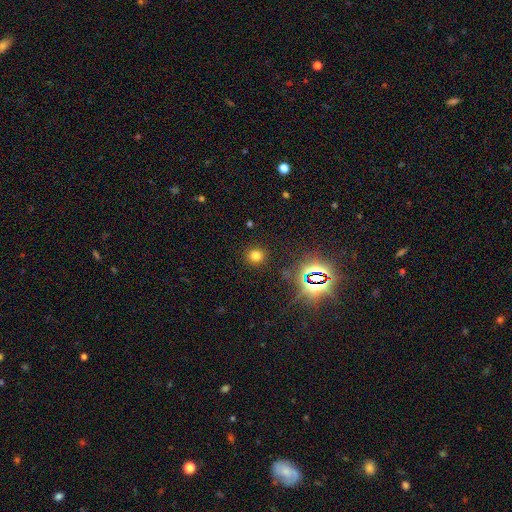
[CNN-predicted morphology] Smooth or featured: smooth — 71% (star or artifact — 22%)
How rounded: round — 90% (in between — 9%)
Merging: none — 90% (minor disturbance — 6%)